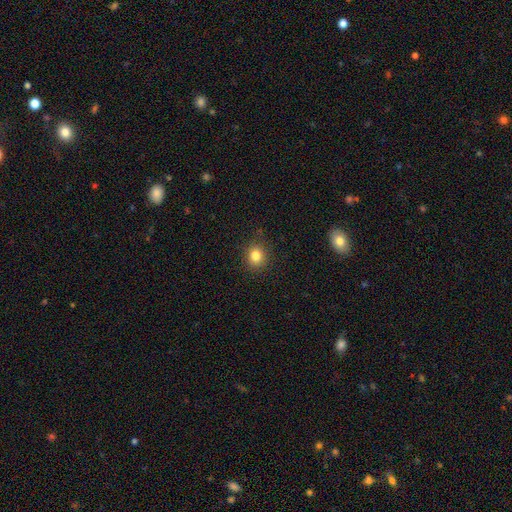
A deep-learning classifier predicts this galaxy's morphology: smooth 82%, star or artifact 12%, featured or disk 6%. Down the decision tree: how rounded — round (81%); merging — none (88%).